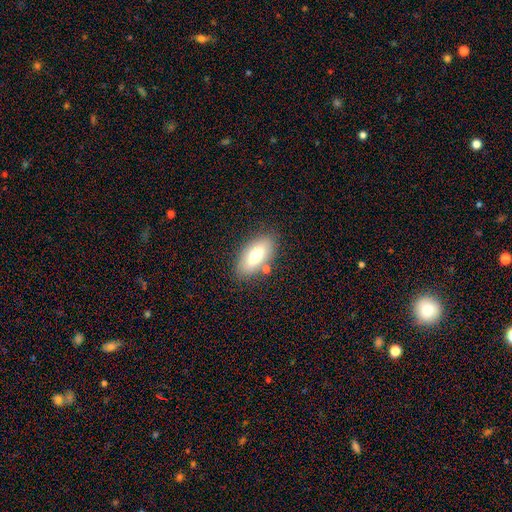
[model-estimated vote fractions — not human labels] smooth_or_featured: smooth (p=0.68) [alt: featured or disk p=0.24]
how_rounded: in between (p=0.87) [alt: cigar-shaped p=0.09]
merging: none (p=0.78) [alt: minor disturbance p=0.12]